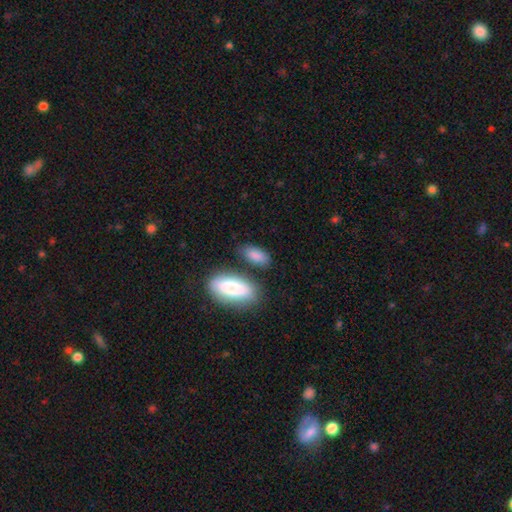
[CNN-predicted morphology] Smooth or featured?
  - smooth: 86% *
  - featured or disk: 7%
  - star or artifact: 7%
How rounded?
  - in between: 86% *
  - cigar-shaped: 10%
  - round: 4%
Merging?
  - none: 69% *
  - minor disturbance: 16%
  - merger: 10%
  - major disturbance: 5%